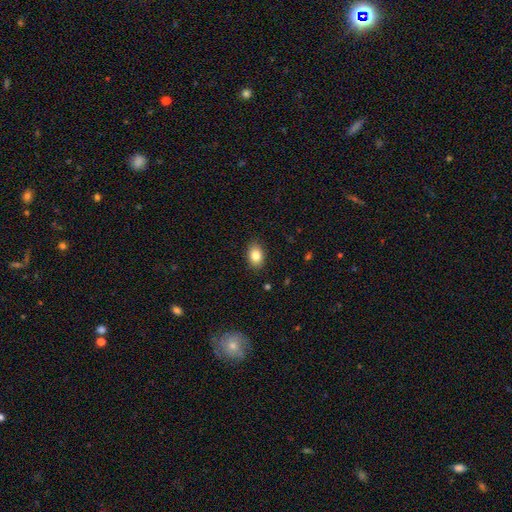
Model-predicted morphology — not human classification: smooth_or_featured: smooth (p=0.83) [alt: star or artifact p=0.08]
how_rounded: in between (p=0.82) [alt: round p=0.17]
merging: none (p=0.88) [alt: minor disturbance p=0.09]